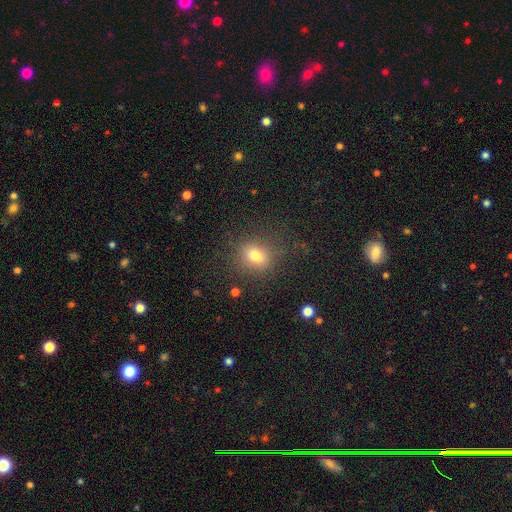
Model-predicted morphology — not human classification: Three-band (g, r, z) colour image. It shows a smooth galaxy with no disk features (76%) that is round (65%). Merging: none (81%).